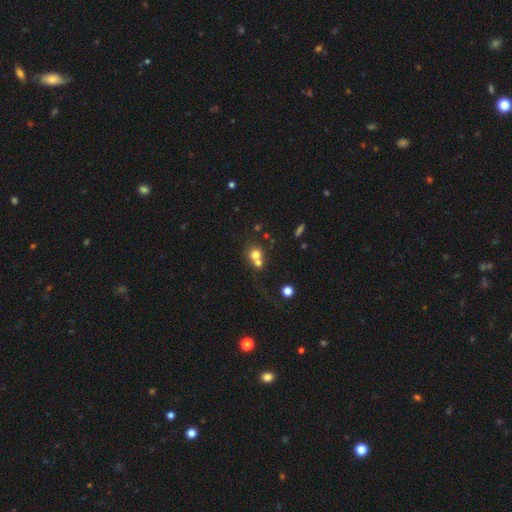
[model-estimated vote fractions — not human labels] Smooth or featured: smooth — 71% (featured or disk — 16%)
How rounded: round — 80% (in between — 19%)
Merging: merger — 58% (none — 31%)